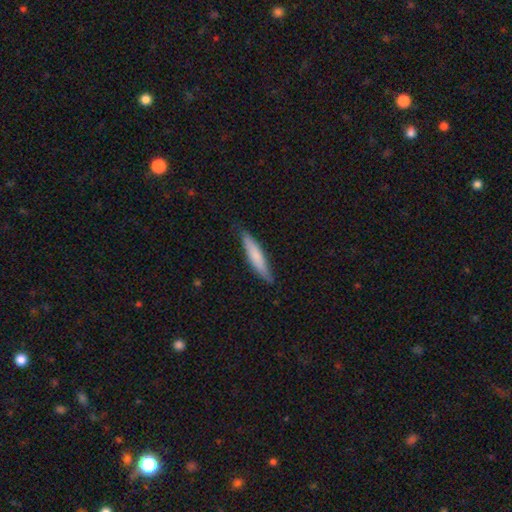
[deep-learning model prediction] Q: Smooth or featured?
A: smooth (74%); runner-up: featured or disk (21%)
Q: How rounded?
A: cigar-shaped (87%); runner-up: in between (12%)
Q: Merging?
A: none (82%); runner-up: minor disturbance (15%)